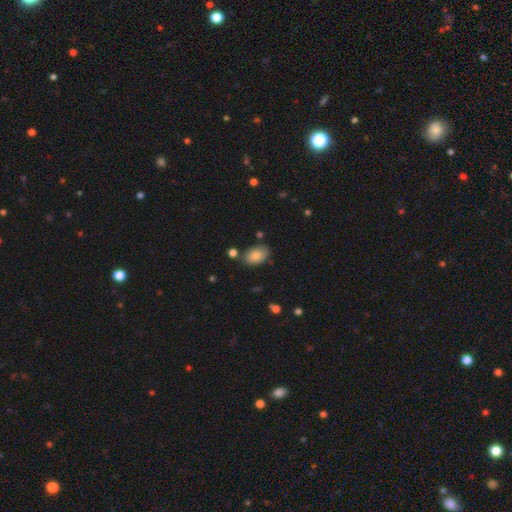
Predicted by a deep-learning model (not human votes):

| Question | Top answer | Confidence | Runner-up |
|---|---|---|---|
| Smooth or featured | smooth | 84% | featured or disk (9%) |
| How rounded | in between | 89% | round (10%) |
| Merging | none | 75% | minor disturbance (16%) |